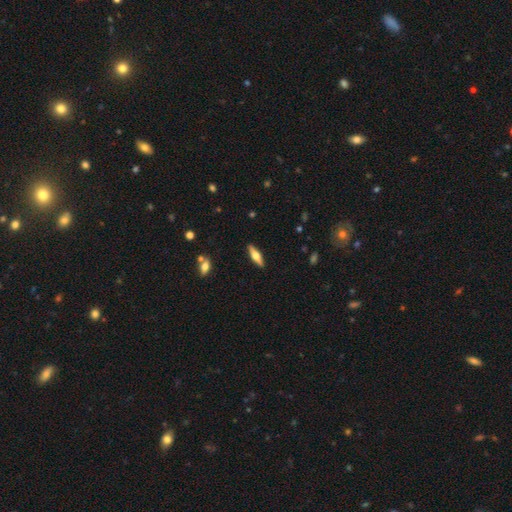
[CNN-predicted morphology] Q: Smooth or featured?
A: featured or disk (53%); runner-up: smooth (41%)
Q: Edge-on disk?
A: yes (93%); runner-up: no (7%)
Q: Merging?
A: none (90%); runner-up: minor disturbance (7%)